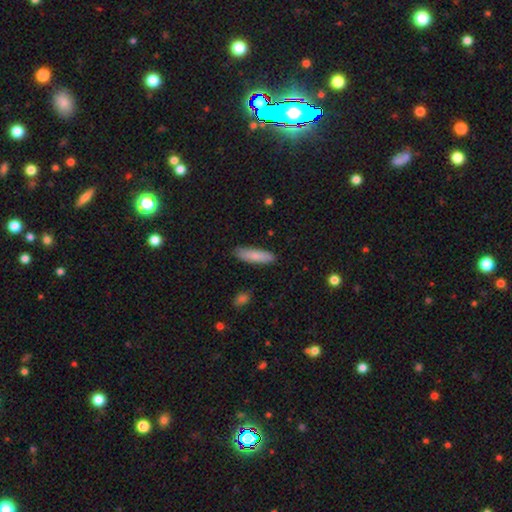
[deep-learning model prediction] Q: Smooth or featured?
A: smooth (80%); runner-up: featured or disk (15%)
Q: How rounded?
A: cigar-shaped (58%); runner-up: in between (40%)
Q: Merging?
A: none (87%); runner-up: minor disturbance (10%)